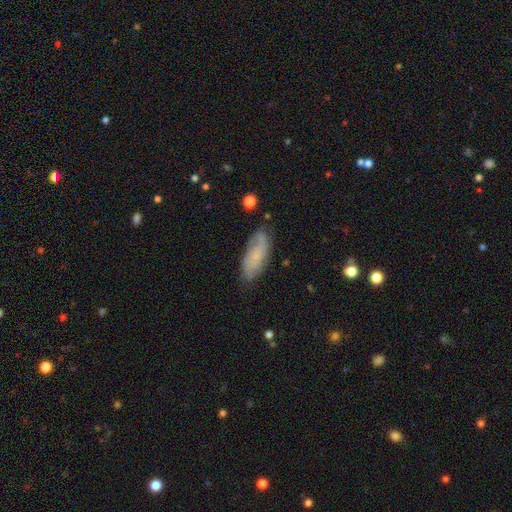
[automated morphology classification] Overall: featured or disk (47%; smooth 45%). Merging: none (74%).